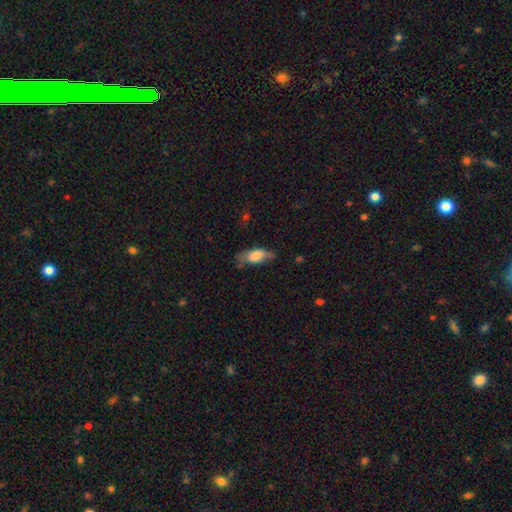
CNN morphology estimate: Smooth or featured? Predicted: smooth (p=0.70). How rounded? Predicted: in between (p=0.79). Merging? Predicted: none (p=0.54).